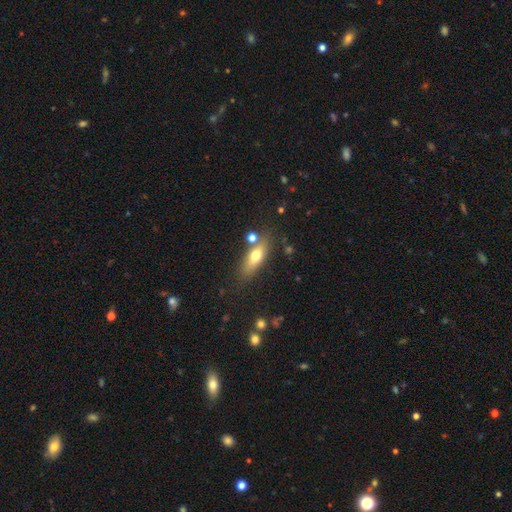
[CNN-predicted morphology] This is likely a smooth galaxy (64%). How rounded: possibly in between (57%). Merging: likely none (74%).